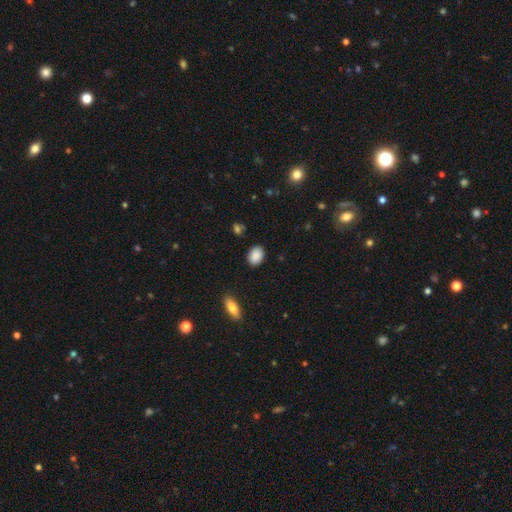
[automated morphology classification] Overall: smooth (89%). How rounded: in between (73%). Merging: none (87%).